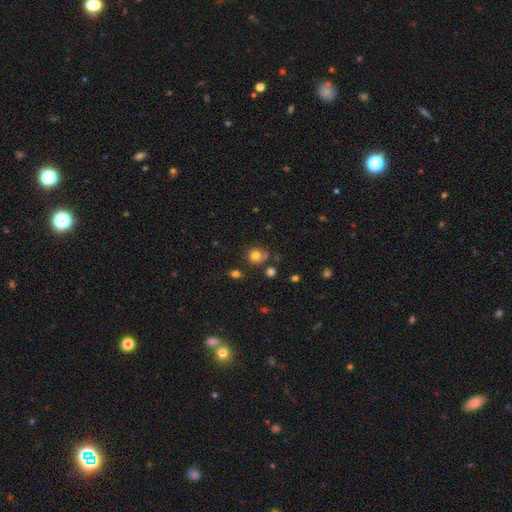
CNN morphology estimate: The model was most divided on "merging": none: 68%, minor disturbance: 15%, merger: 12%, major disturbance: 6%. More confident: how rounded — round (86%); smooth or featured — smooth (79%).